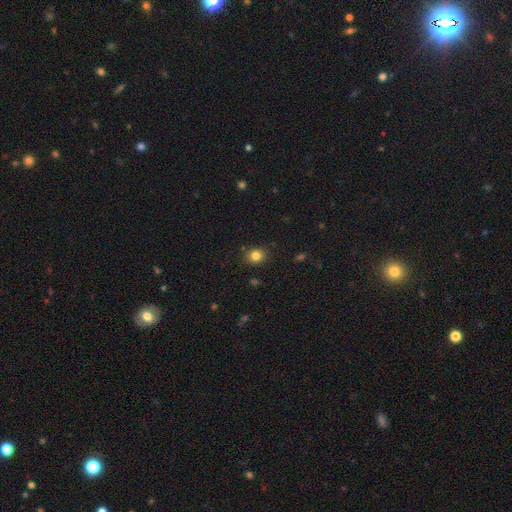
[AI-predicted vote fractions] Smooth or featured? smooth (82%)
How rounded? round (70%)
Merging? none (87%)